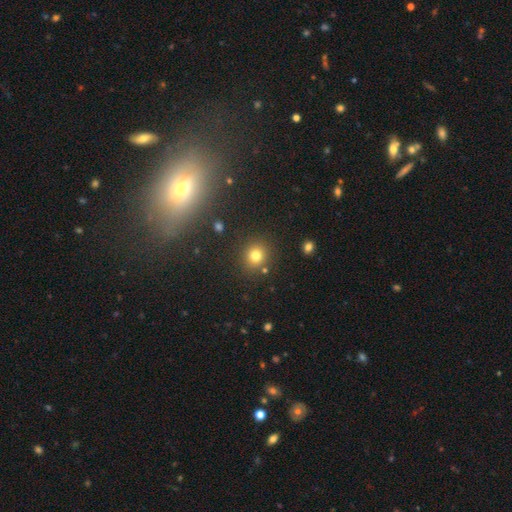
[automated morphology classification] A smooth galaxy with no disk features (78%) that is round (87%).

Vote fractions:
- Smooth or featured? smooth: 78% / star or artifact: 15% / featured or disk: 7%
- How rounded? round: 87% / in between: 12% / cigar-shaped: 1%
- Merging? none: 85% / minor disturbance: 7% / merger: 4% / major disturbance: 3%